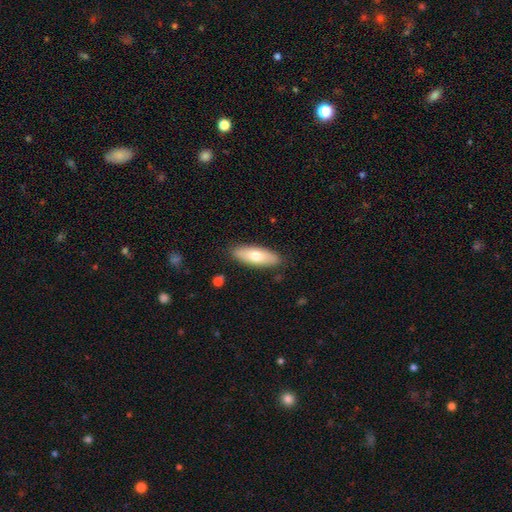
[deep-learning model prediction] Morphology: type=smooth (70%); roundness=in between (61%); merging=none (87%).